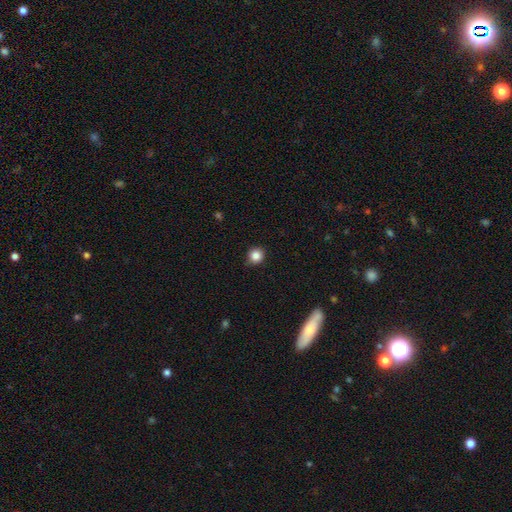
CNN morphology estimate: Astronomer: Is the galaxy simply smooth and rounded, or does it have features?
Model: smooth — 85%.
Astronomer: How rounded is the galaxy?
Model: round — 88%.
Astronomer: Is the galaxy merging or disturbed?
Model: none — 88%.